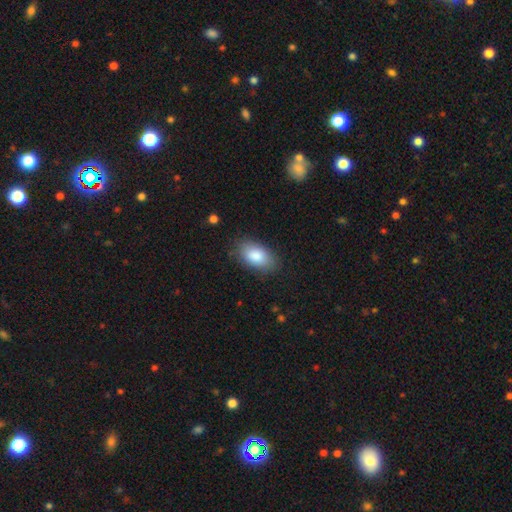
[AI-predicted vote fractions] A smooth galaxy with no disk features (86%) that is in between round and cigar-shaped (94%).

Vote fractions:
- Smooth or featured? smooth: 86% / featured or disk: 8% / star or artifact: 6%
- How rounded? in between: 94% / round: 4% / cigar-shaped: 2%
- Merging? none: 82% / minor disturbance: 13% / major disturbance: 3% / merger: 1%